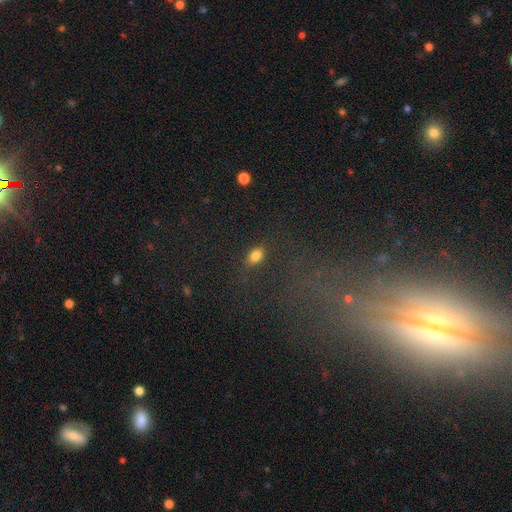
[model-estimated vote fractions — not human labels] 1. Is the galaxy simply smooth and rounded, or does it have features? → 81% smooth, 12% star or artifact, 7% featured or disk.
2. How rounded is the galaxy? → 83% in between, 13% round, 3% cigar-shaped.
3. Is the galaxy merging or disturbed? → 83% none, 11% minor disturbance, 4% major disturbance, 2% merger.